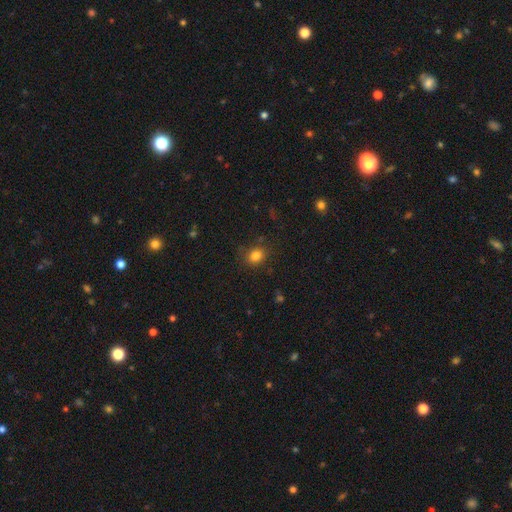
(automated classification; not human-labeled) This is clearly a smooth galaxy (82%). How rounded: possibly round (60%). Merging: clearly none (81%).